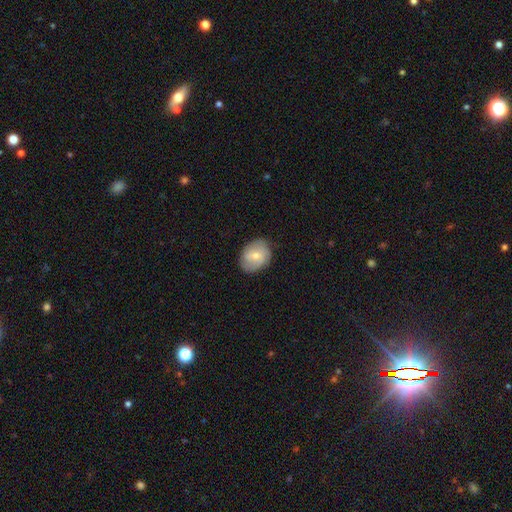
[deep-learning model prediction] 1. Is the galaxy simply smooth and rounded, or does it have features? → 52% smooth, 41% featured or disk, 7% star or artifact.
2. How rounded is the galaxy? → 57% in between, 42% round, 1% cigar-shaped.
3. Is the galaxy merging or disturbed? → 77% none, 18% minor disturbance, 4% major disturbance, 1% merger.